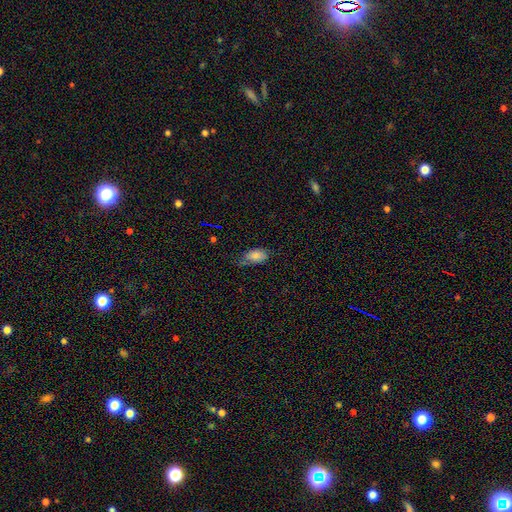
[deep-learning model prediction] Smooth or featured? Predicted: smooth (p=0.80). How rounded? Predicted: in between (p=0.91). Merging? Predicted: none (p=0.53).